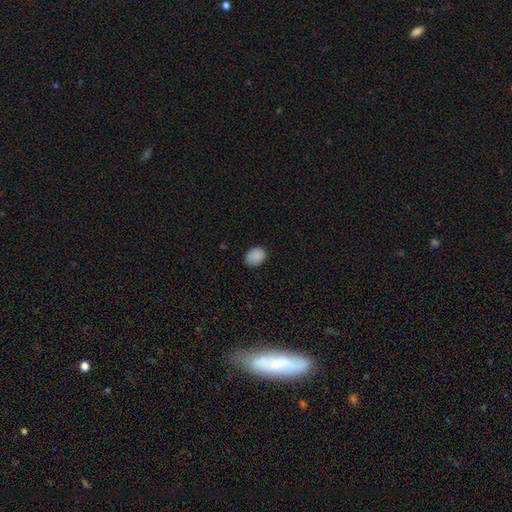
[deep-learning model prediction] Smooth or featured? smooth (87%)
How rounded? in between (53%)
Merging? none (79%)